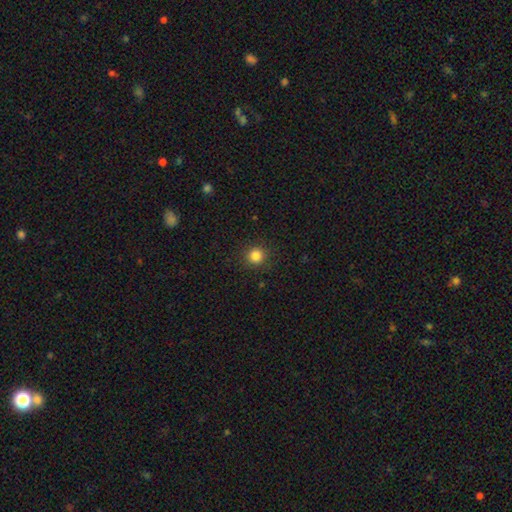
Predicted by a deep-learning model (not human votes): Smooth or featured? Predicted: smooth (p=0.84). How rounded? Predicted: round (p=0.93). Merging? Predicted: none (p=0.91).